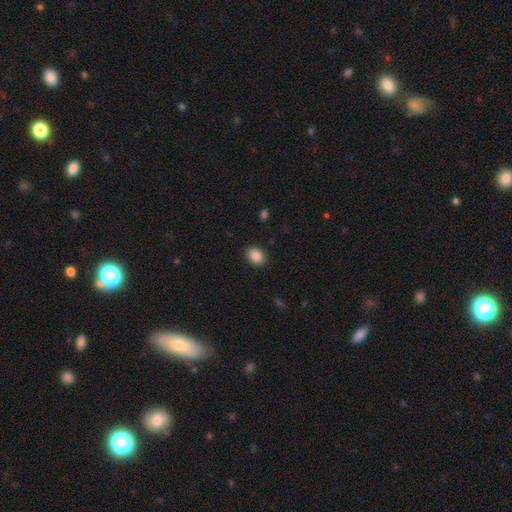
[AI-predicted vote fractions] Smooth or featured? Predicted: smooth (p=0.88). How rounded? Predicted: in between (p=0.58). Merging? Predicted: none (p=0.89).